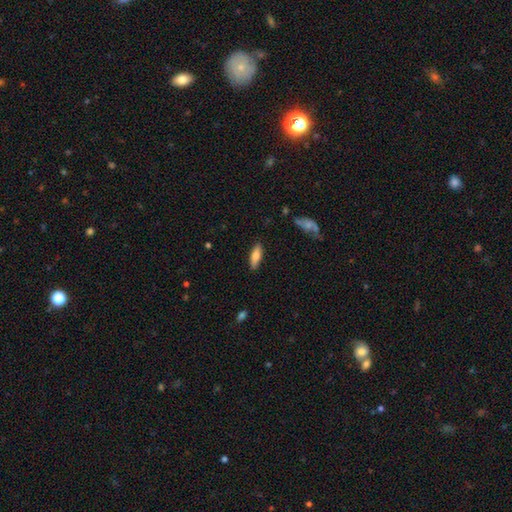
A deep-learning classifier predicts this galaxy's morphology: Smooth or featured: smooth — 73% (featured or disk — 21%)
How rounded: in between — 57% (cigar-shaped — 41%)
Merging: none — 87% (minor disturbance — 10%)